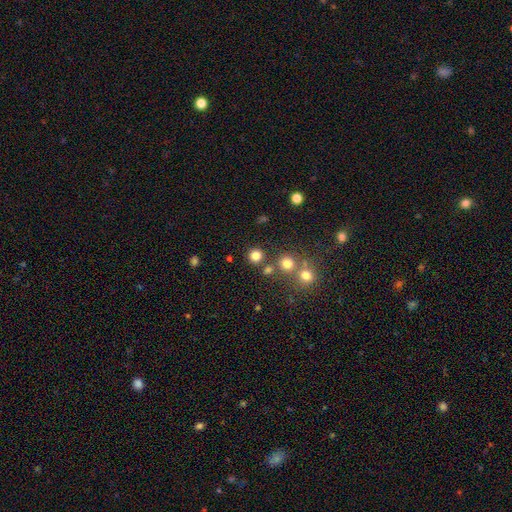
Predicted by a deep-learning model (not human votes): A smooth galaxy with no disk features (79%) that is round (94%).

Vote fractions:
- Smooth or featured? smooth: 79% / star or artifact: 15% / featured or disk: 5%
- How rounded? round: 94% / in between: 5% / cigar-shaped: 1%
- Merging? none: 81% / merger: 10% / minor disturbance: 6% / major disturbance: 3%